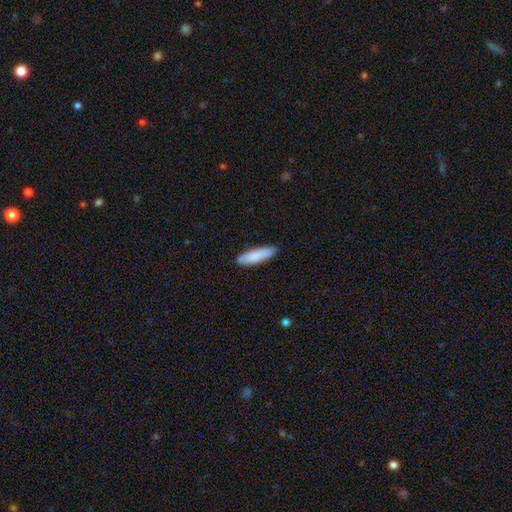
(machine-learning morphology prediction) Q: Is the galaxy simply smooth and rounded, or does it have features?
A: smooth — 85%.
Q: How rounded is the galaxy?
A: cigar-shaped — 58%.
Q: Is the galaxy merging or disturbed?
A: none — 86%.